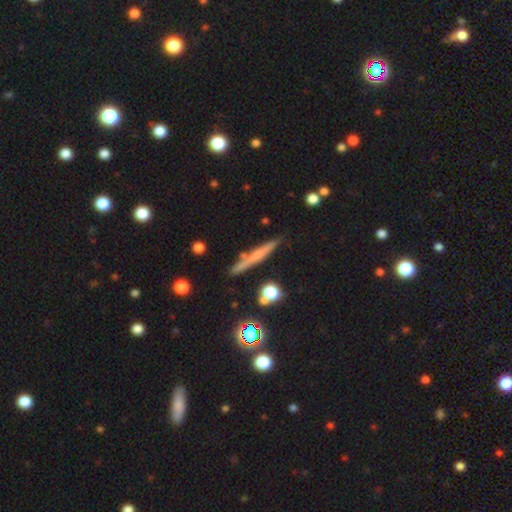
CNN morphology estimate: A featured or disk galaxy (45%). Merging: none (81%).